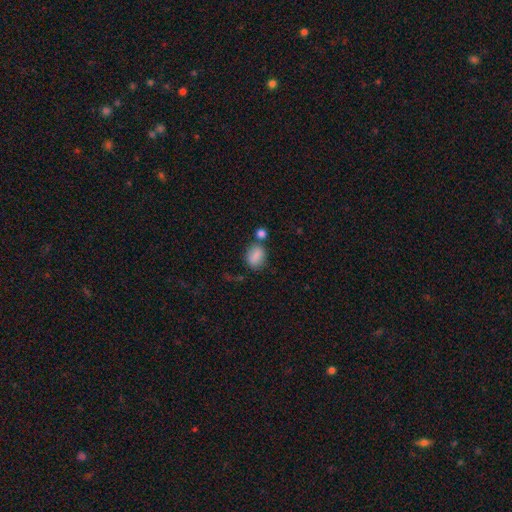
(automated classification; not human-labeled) The model was most divided on "how rounded": in between: 66%, round: 32%, cigar-shaped: 2%. More confident: smooth or featured — smooth (83%); merging — none (58%).